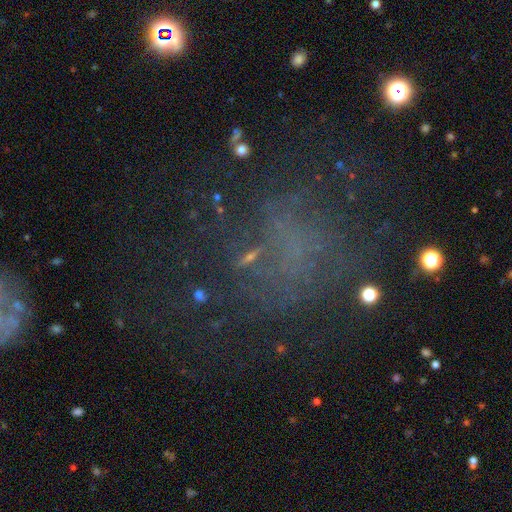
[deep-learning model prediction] The model was most divided on "smooth or featured": featured or disk: 36%, star or artifact: 34%, smooth: 30%. More confident: merging — none (53%).